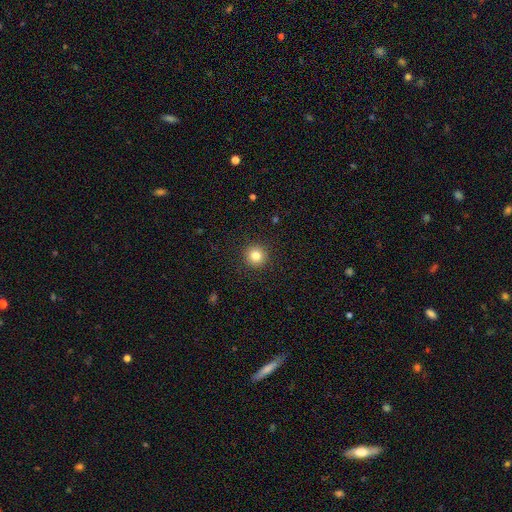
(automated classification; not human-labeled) Smooth or featured? smooth (82%)
How rounded? round (95%)
Merging? none (92%)